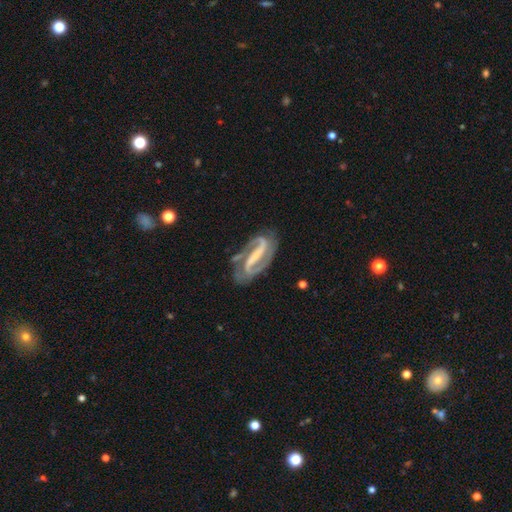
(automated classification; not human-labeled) Smooth or featured?
  - featured or disk: 90% *
  - smooth: 5%
  - star or artifact: 5%
Edge-on disk?
  - no: 96% *
  - yes: 4%
Bar?
  - strong: 67% *
  - weak: 22%
  - no: 11%
Spiral arms?
  - yes: 97% *
  - no: 3%
Spiral winding?
  - medium: 51% *
  - tight: 30%
  - loose: 19%
Spiral arm count?
  - 2: 92% *
  - can't tell: 2%
  - 1: 2%
  - 3: 2%
  - 4: 1%
  - more than 4: 1%
Bulge size?
  - small: 51% *
  - none: 28%
  - moderate: 17%
  - large: 3%
  - dominant: 1%
Merging?
  - none: 74% *
  - minor disturbance: 16%
  - major disturbance: 7%
  - merger: 3%